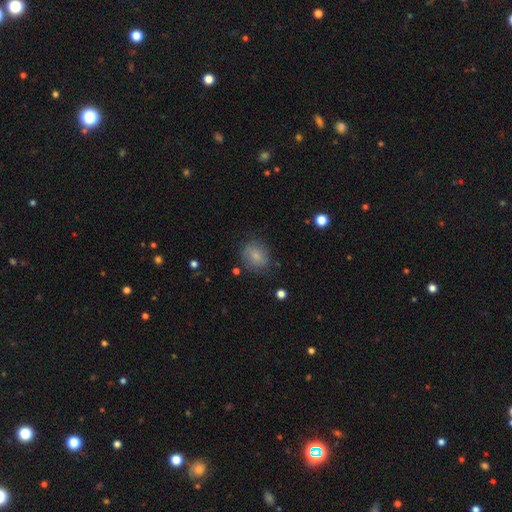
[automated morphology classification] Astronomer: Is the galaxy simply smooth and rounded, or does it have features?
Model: smooth — 75%.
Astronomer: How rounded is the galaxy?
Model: round — 64%.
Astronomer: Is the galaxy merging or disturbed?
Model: none — 73%.